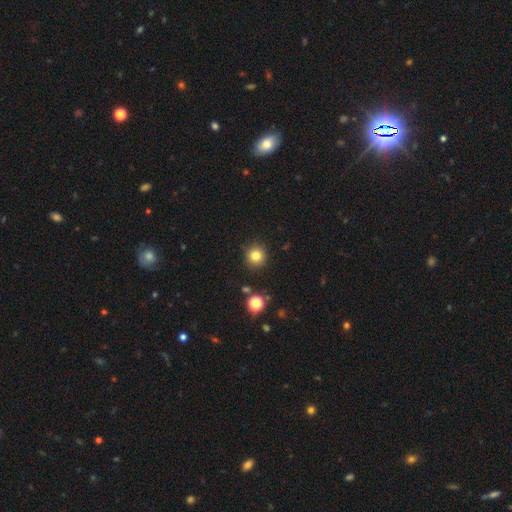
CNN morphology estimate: The model was most divided on "smooth or featured": smooth: 81%, star or artifact: 13%, featured or disk: 7%. More confident: how rounded — round (93%); merging — none (90%).